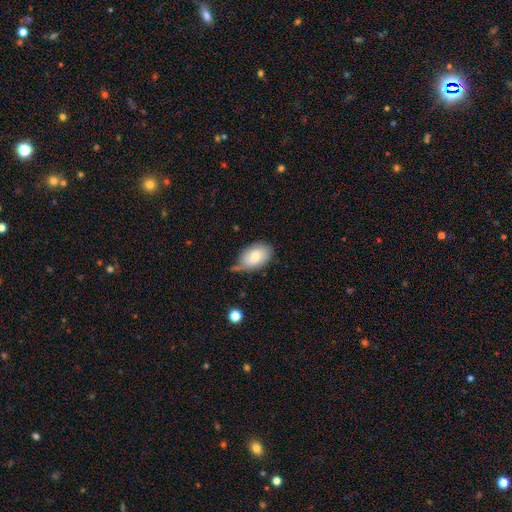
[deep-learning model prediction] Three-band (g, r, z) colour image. It shows a smooth galaxy with no disk features (76%) that is in between round and cigar-shaped (90%). Merging: none (51%).